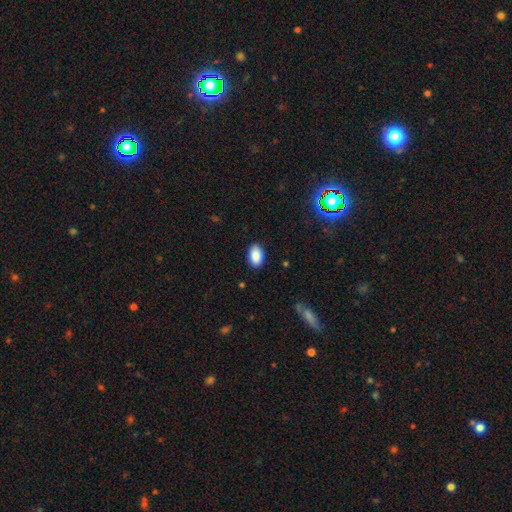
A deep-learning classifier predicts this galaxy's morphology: Smooth or featured: smooth — 89% (star or artifact — 7%)
How rounded: in between — 92% (round — 7%)
Merging: none — 88% (minor disturbance — 9%)